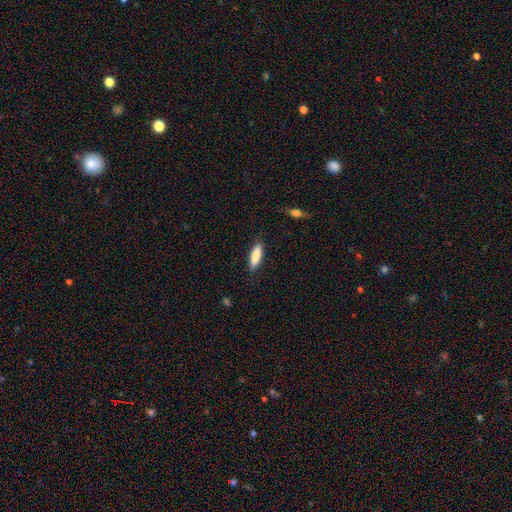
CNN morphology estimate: Overall: smooth (82%). How rounded: cigar-shaped (57%; in between 41%). Merging: none (86%).